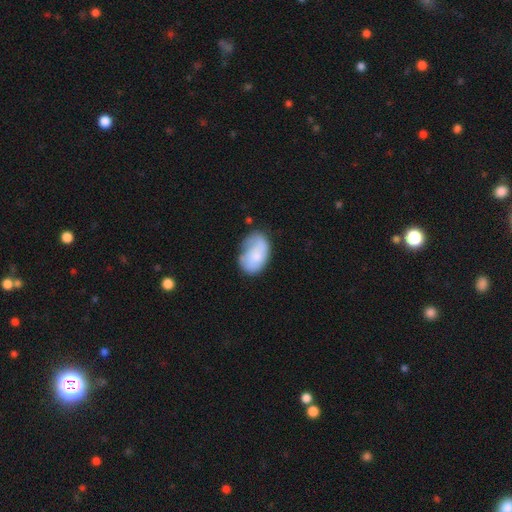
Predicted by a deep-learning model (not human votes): This is likely a smooth galaxy (63%). How rounded: clearly in between (88%). Merging: marginally none (39%).